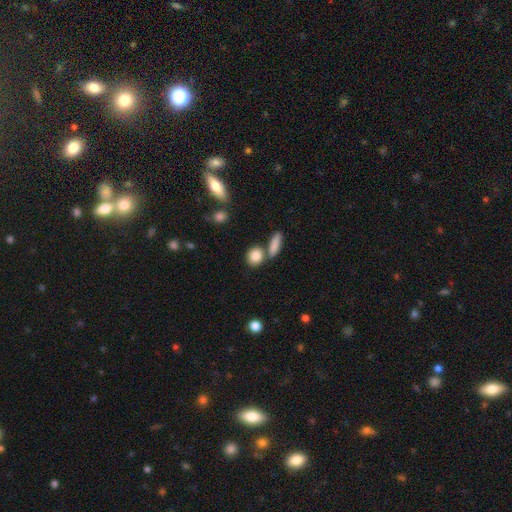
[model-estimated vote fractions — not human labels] smooth-or-featured: smooth: 85% | star or artifact: 8% | featured or disk: 7%
  how-rounded: round: 63% | in between: 33% | cigar-shaped: 5%
  merging: none: 67% | merger: 19% | minor disturbance: 11% | major disturbance: 3%